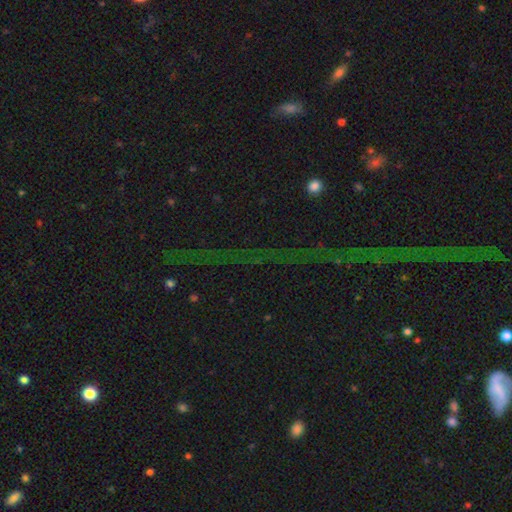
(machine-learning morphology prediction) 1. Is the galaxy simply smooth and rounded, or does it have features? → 80% star or artifact, 11% featured or disk, 10% smooth.